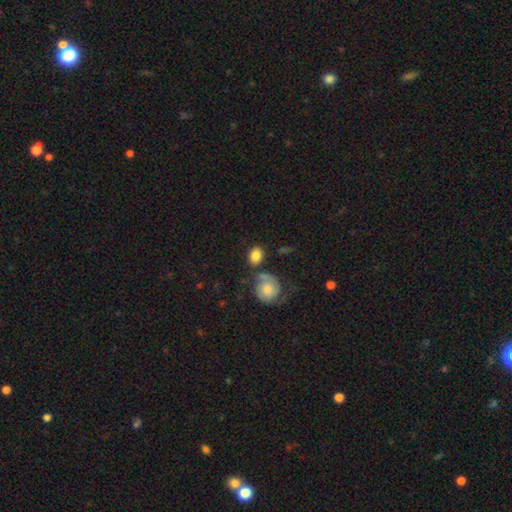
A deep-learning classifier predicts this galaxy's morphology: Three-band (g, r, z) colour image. It shows a smooth galaxy with no disk features (82%) that is in between round and cigar-shaped (66%). Merging: none (60%).